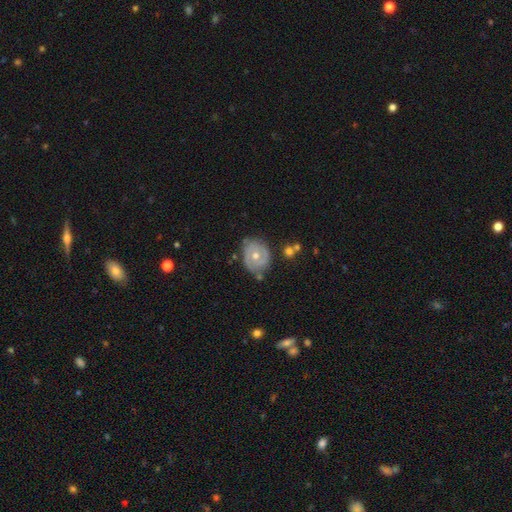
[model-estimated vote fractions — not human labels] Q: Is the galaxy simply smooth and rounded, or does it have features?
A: featured or disk — 62%.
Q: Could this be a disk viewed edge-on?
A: no — 96%.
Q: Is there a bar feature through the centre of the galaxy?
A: no — 77%.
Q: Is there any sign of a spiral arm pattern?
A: yes — 68%.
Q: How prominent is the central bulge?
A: moderate — 70%.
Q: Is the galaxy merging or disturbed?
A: none — 66%.